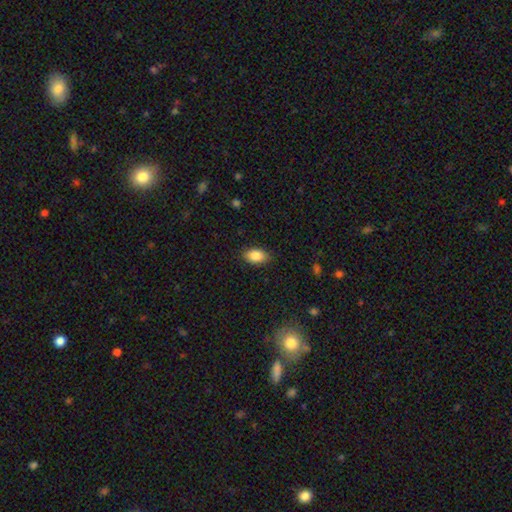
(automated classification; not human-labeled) Morphology: type=smooth (87%); roundness=in between (90%); merging=none (87%).